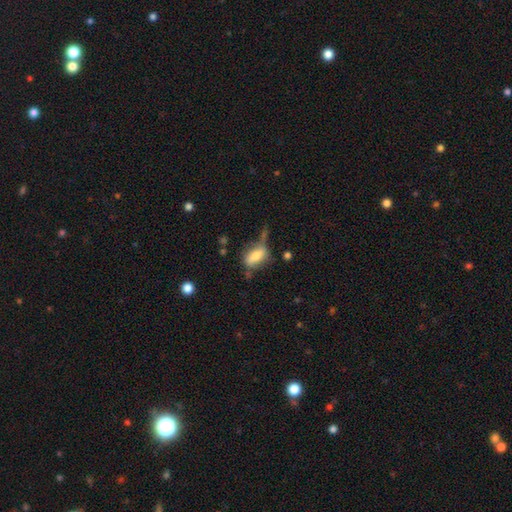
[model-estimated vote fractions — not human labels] Smooth or featured: smooth — 69% (featured or disk — 23%)
How rounded: in between — 84% (cigar-shaped — 10%)
Merging: none — 37% (minor disturbance — 28%)